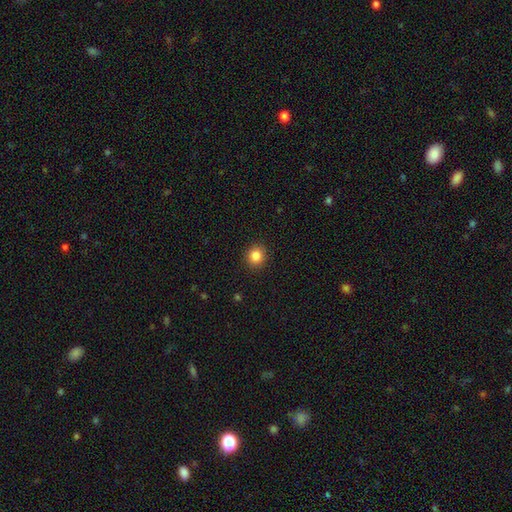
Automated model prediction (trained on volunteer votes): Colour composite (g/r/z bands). It shows a smooth galaxy with no disk features (85%) that is round (87%). Merging: none (92%).